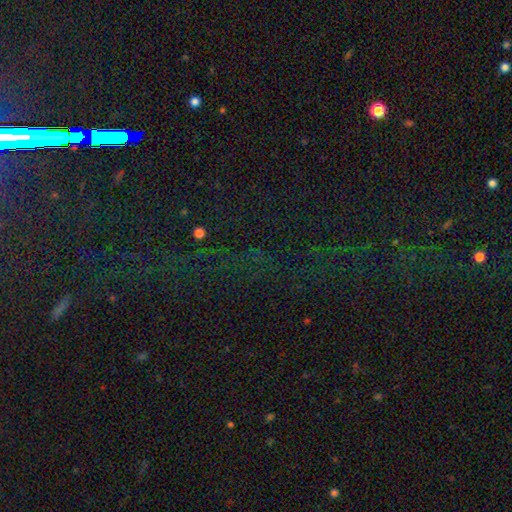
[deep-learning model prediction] A star or artifact, not a galaxy (78%).

Vote fractions:
- Smooth or featured? star or artifact: 78% / smooth: 12% / featured or disk: 10%